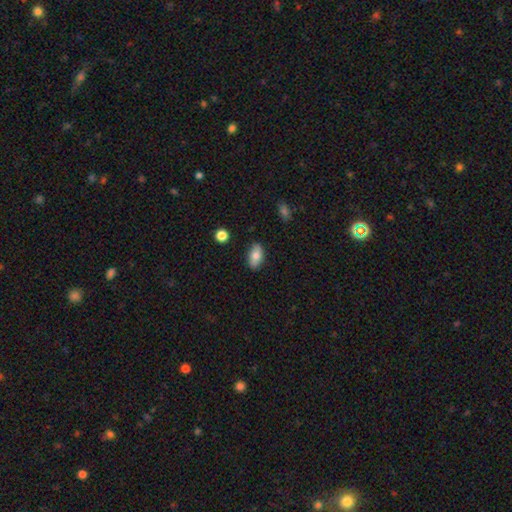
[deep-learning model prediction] The model was most divided on "smooth or featured": smooth: 76%, featured or disk: 17%, star or artifact: 7%. More confident: how rounded — in between (91%); merging — none (84%).